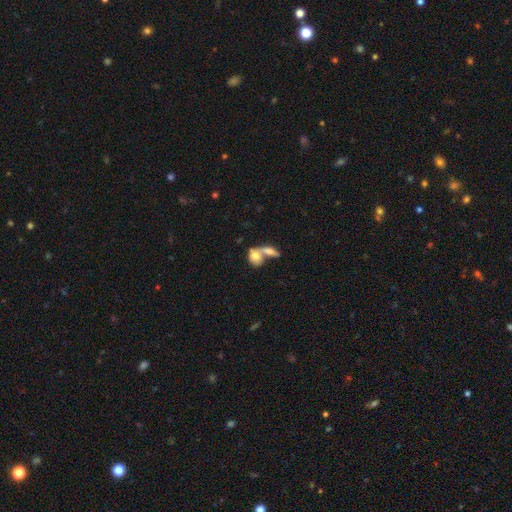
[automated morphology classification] Smooth or featured? Predicted: smooth (p=0.71). How rounded? Predicted: in between (p=0.65). Merging? Predicted: merger (p=0.66).